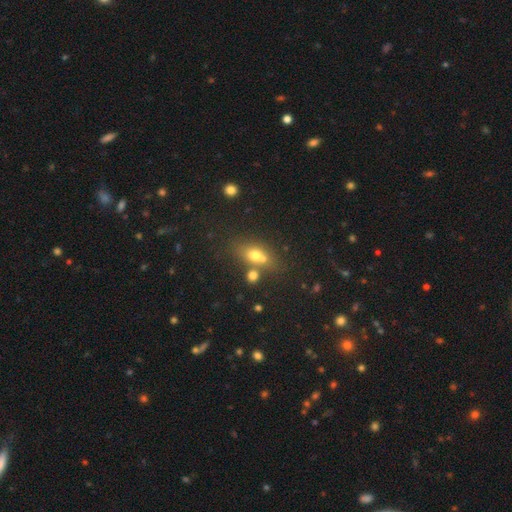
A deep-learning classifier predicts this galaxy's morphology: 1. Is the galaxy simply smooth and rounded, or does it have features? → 66% smooth, 20% featured or disk, 13% star or artifact.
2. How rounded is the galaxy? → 67% in between, 23% round, 10% cigar-shaped.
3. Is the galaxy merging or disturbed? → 48% none, 35% merger, 12% minor disturbance, 6% major disturbance.